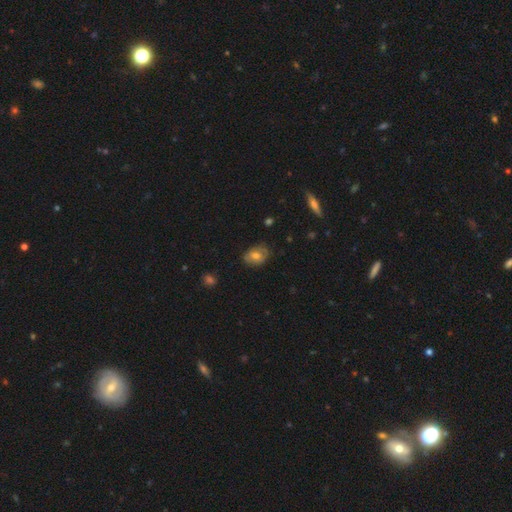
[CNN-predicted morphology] smooth 59%, featured or disk 32%, star or artifact 9%. Down the decision tree: how rounded — in between (69%); merging — none (69%).